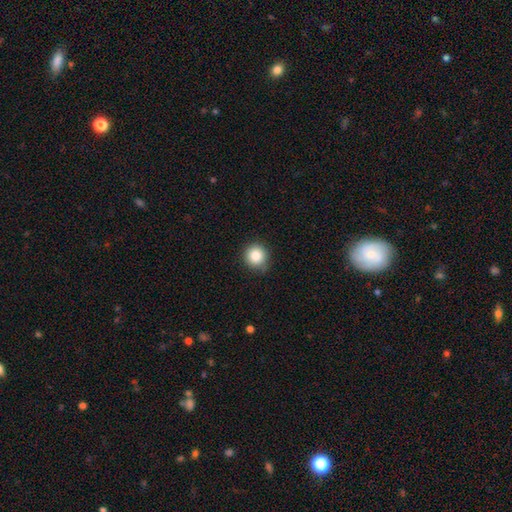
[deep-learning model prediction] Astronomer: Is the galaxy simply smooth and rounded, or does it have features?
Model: smooth — 86%.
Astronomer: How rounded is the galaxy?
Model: round — 93%.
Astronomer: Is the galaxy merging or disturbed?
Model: none — 82%.